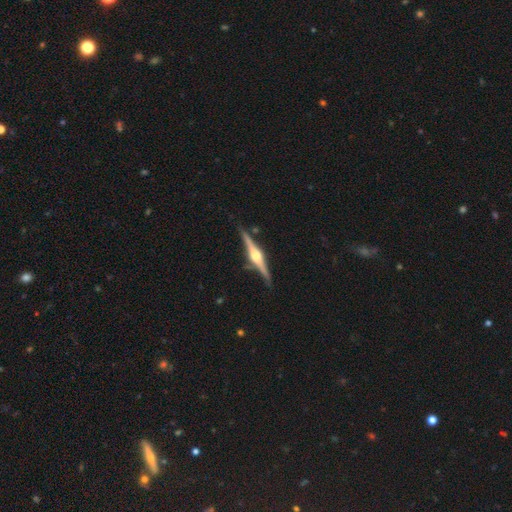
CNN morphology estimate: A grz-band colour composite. It shows a featured or disk galaxy (86%) viewed edge-on (98%) with a rounded central bulge (95%). Merging: none (86%).